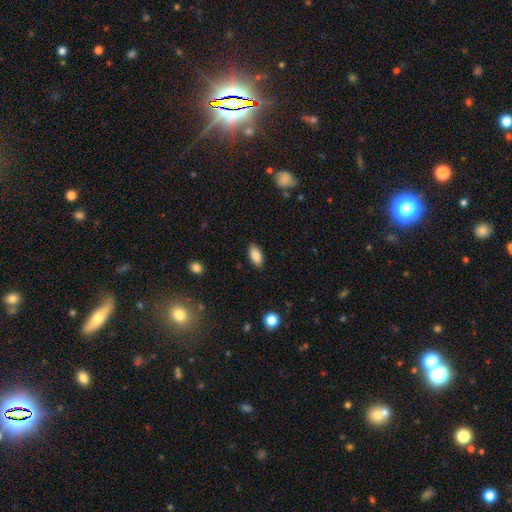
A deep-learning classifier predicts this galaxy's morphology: The model was most divided on "merging": none: 88%, minor disturbance: 9%, major disturbance: 2%, merger: 1%. More confident: how rounded — in between (90%); smooth or featured — smooth (87%).